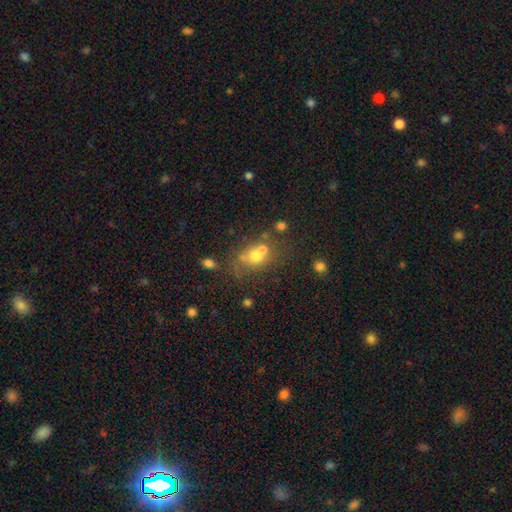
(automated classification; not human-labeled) Smooth or featured?
  - smooth: 62% *
  - featured or disk: 20%
  - star or artifact: 18%
How rounded?
  - round: 62% *
  - in between: 37%
  - cigar-shaped: 1%
Merging?
  - merger: 42% *
  - none: 40%
  - minor disturbance: 12%
  - major disturbance: 7%